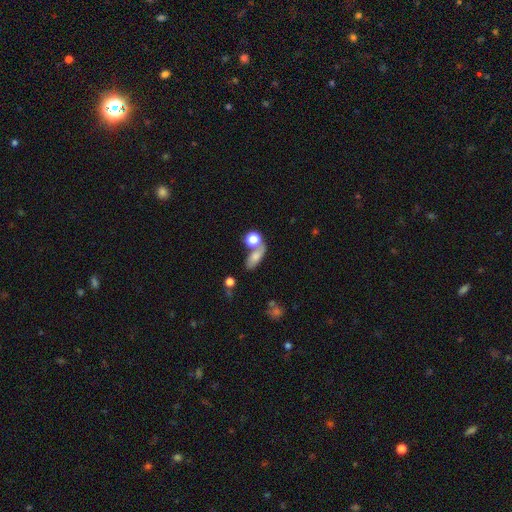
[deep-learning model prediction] Morphology: type=smooth (70%); roundness=in between (68%); merging=none (46%).